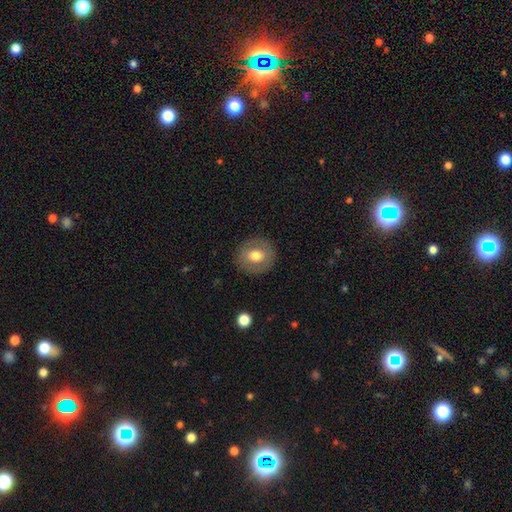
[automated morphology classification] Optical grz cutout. It shows a smooth galaxy with no disk features (61%) that is round (81%). Merging: none (87%).